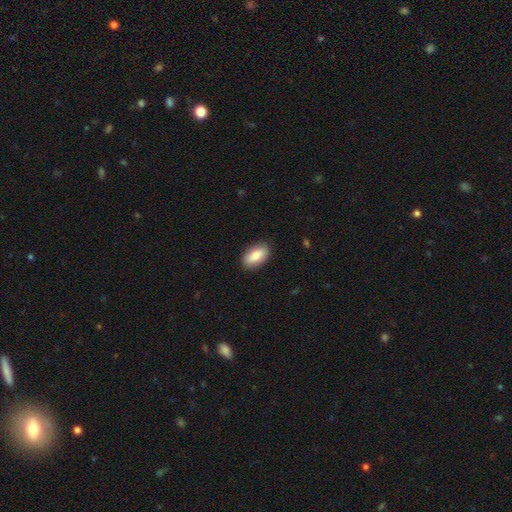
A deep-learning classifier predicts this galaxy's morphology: Overall: smooth (83%). How rounded: in between (93%). Merging: none (87%).